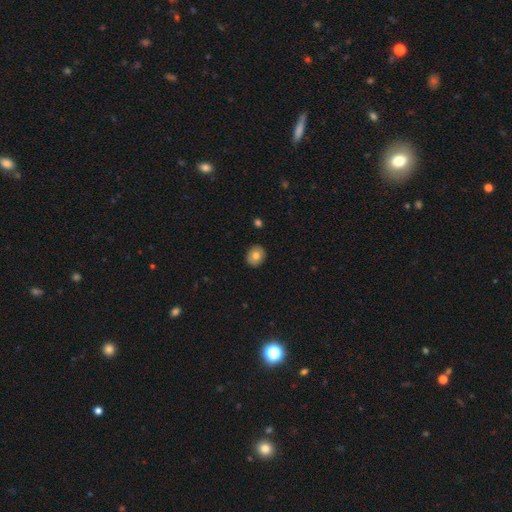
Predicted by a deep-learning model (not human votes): Smooth or featured: smooth — 77% (featured or disk — 14%)
How rounded: round — 63% (in between — 36%)
Merging: none — 90% (minor disturbance — 7%)